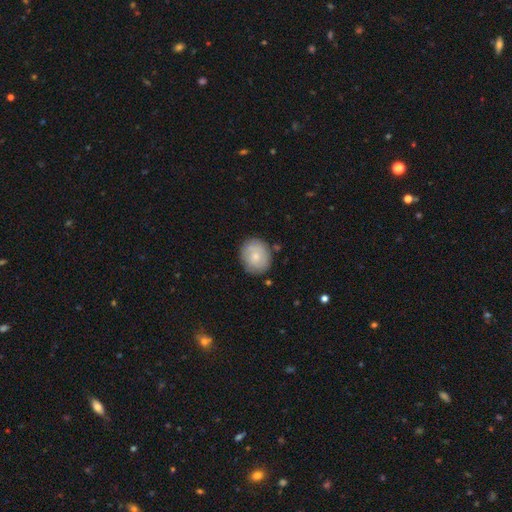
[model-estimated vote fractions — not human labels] Overall: smooth (61%; featured or disk 32%). How rounded: round (67%; in between 32%). Merging: none (79%).